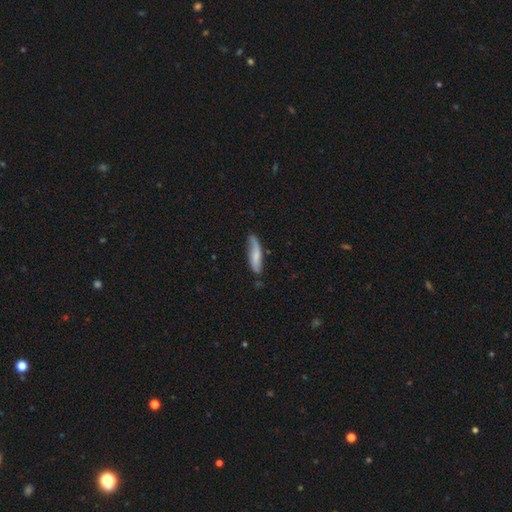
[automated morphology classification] Smooth or featured?
  - smooth: 57% *
  - featured or disk: 37%
  - star or artifact: 6%
How rounded?
  - cigar-shaped: 70% *
  - in between: 28%
  - round: 2%
Merging?
  - none: 64% *
  - minor disturbance: 26%
  - major disturbance: 6%
  - merger: 3%